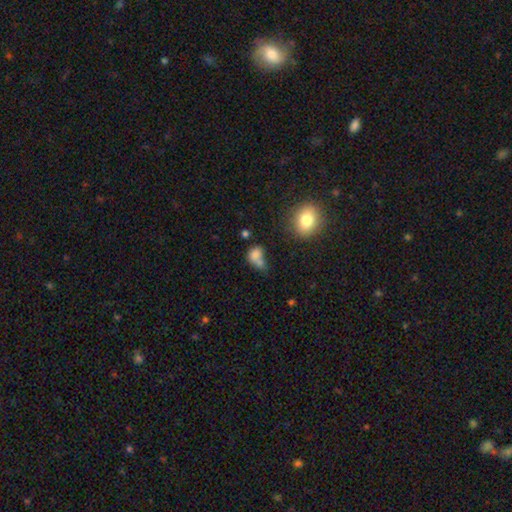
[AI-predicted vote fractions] A smooth galaxy with no disk features (76%) that is in between round and cigar-shaped (53%). Merging: merger (47%).